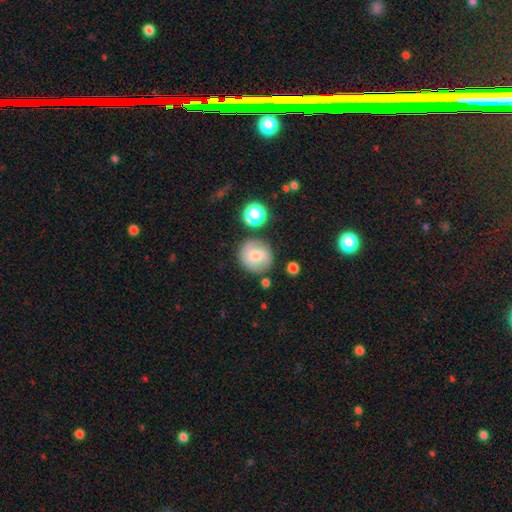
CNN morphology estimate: A smooth galaxy with no disk features (64%) that is round (92%). Merging: none (77%).